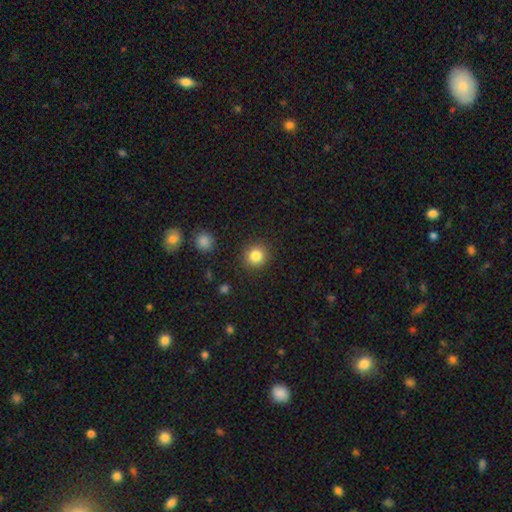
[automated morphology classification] Smooth or featured: smooth — 84% (star or artifact — 10%)
How rounded: round — 91% (in between — 8%)
Merging: none — 90% (minor disturbance — 6%)